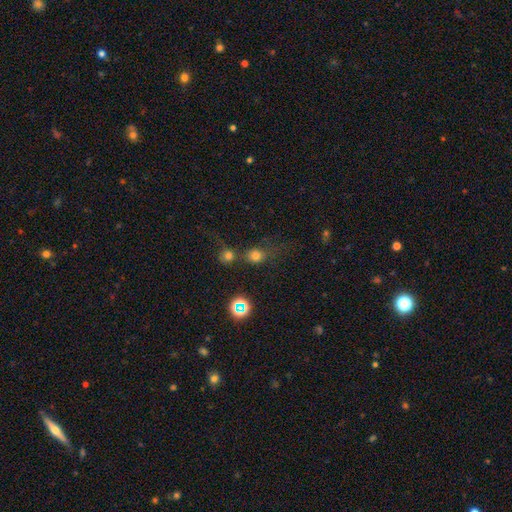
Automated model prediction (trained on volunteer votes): A smooth galaxy with no disk features (71%) that is round (78%). Merging: none (51%).